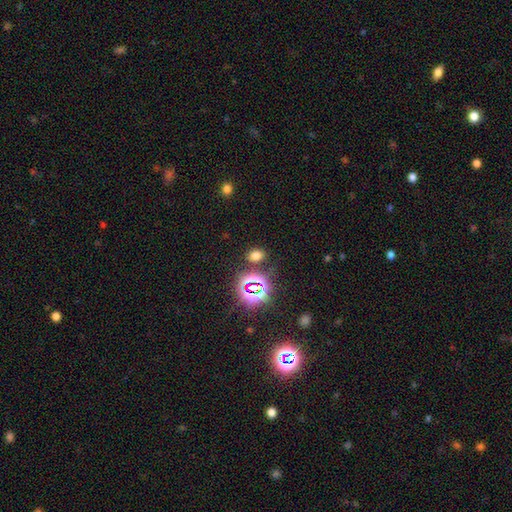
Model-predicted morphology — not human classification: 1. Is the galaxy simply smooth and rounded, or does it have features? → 63% smooth, 31% star or artifact, 6% featured or disk.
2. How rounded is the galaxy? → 68% in between, 30% round, 2% cigar-shaped.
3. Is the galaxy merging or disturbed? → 82% none, 9% minor disturbance, 5% merger, 4% major disturbance.